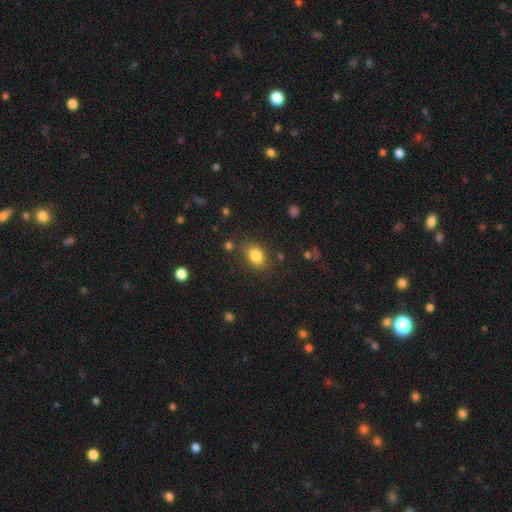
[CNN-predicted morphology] Smooth or featured? smooth (83%)
How rounded? in between (79%)
Merging? none (81%)